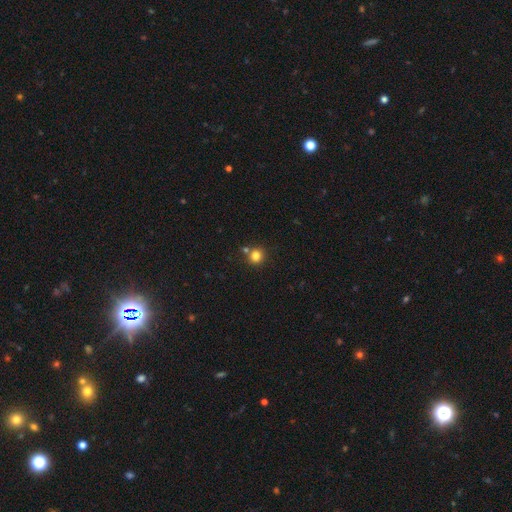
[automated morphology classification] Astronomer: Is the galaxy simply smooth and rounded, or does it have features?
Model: smooth — 81%.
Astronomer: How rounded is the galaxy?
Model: round — 91%.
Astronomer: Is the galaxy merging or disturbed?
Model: none — 73%.